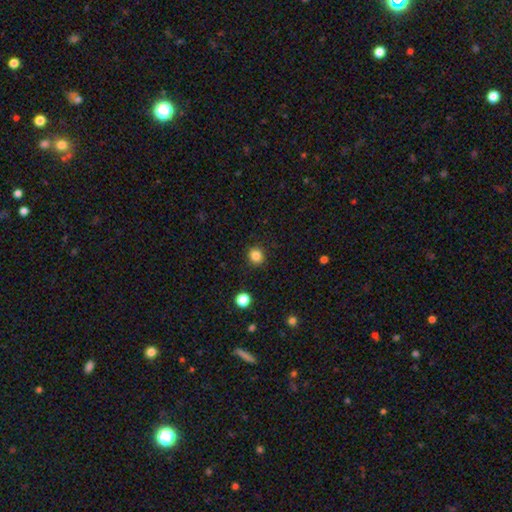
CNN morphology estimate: The model was most divided on "smooth or featured": smooth: 84%, star or artifact: 12%, featured or disk: 4%. More confident: merging — none (90%); how rounded — round (86%).